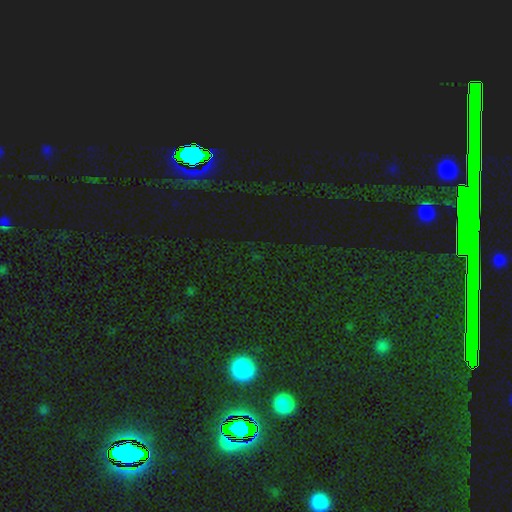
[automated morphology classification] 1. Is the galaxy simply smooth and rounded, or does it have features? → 81% star or artifact, 12% smooth, 7% featured or disk.